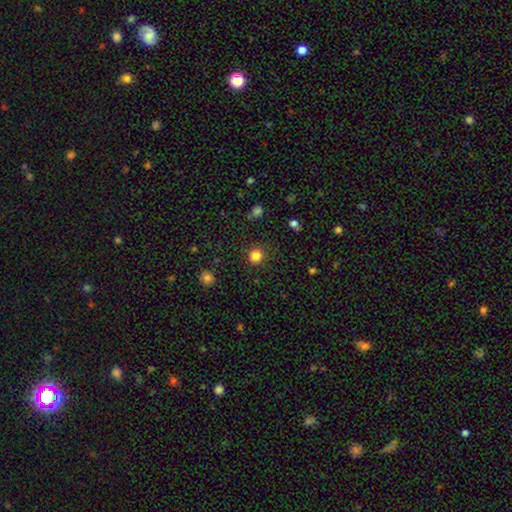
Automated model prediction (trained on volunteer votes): This appears to be a smooth galaxy with no disk features (83%) that is round (93%). Merging: none (90%).